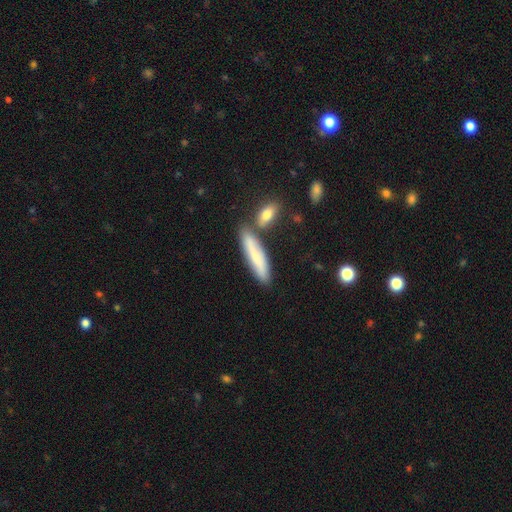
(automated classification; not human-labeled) Smooth or featured? smooth (66%)
How rounded? cigar-shaped (81%)
Merging? none (70%)